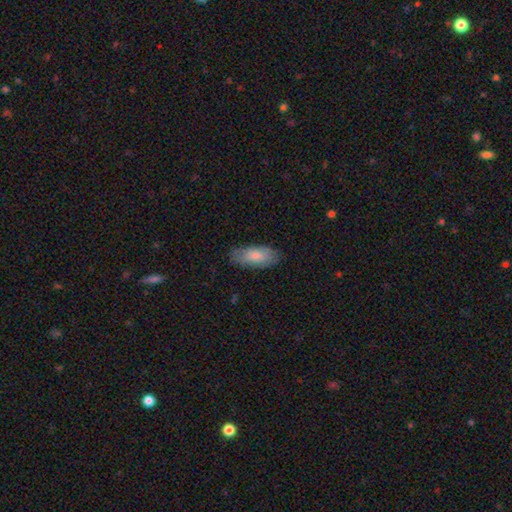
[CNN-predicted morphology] type=smooth (79%); roundness=in between (86%); merging=none (78%).